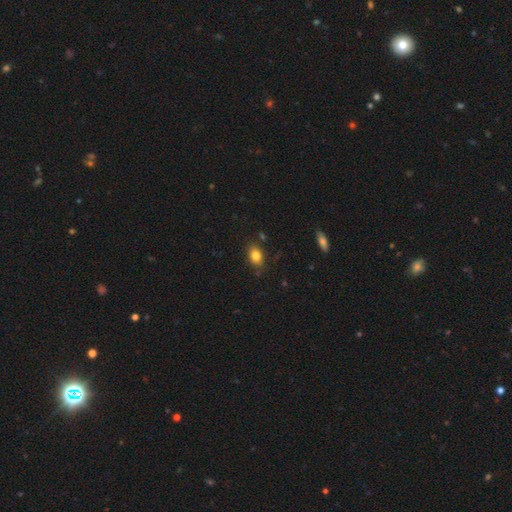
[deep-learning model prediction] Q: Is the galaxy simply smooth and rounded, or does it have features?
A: smooth — 82%.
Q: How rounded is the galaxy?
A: in between — 79%.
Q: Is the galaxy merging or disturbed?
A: none — 82%.